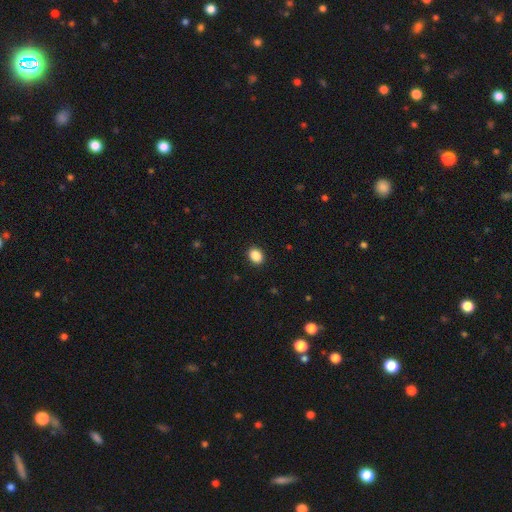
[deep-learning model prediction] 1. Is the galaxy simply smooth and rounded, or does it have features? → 88% smooth, 9% star or artifact, 3% featured or disk.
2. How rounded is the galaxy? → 54% in between, 45% round, 1% cigar-shaped.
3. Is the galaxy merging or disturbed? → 91% none, 6% minor disturbance, 2% major disturbance, 1% merger.